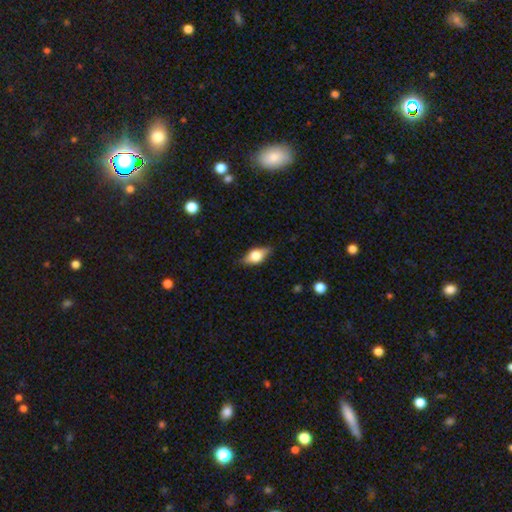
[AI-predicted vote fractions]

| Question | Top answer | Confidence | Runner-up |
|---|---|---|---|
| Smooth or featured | smooth | 51% | featured or disk (41%) |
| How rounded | in between | 80% | cigar-shaped (11%) |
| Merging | none | 82% | minor disturbance (14%) |